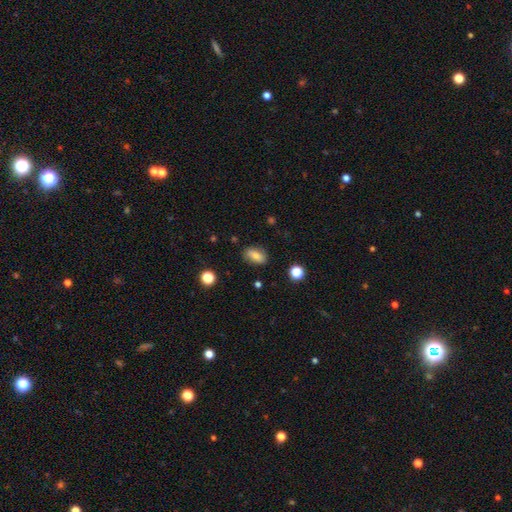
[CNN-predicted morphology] Smooth or featured? smooth (76%)
How rounded? in between (86%)
Merging? none (80%)